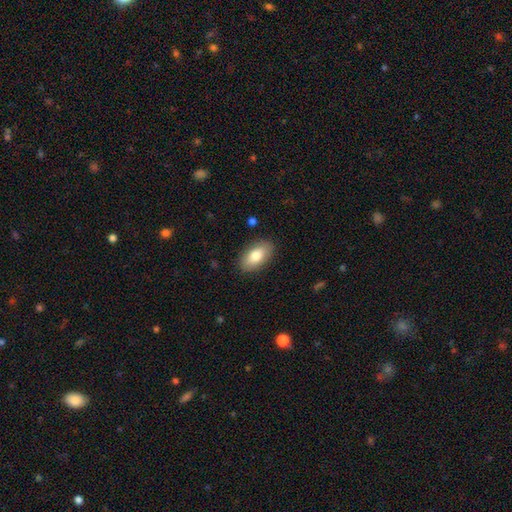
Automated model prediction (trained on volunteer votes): The model was most divided on "smooth or featured": smooth: 80%, featured or disk: 13%, star or artifact: 7%. More confident: how rounded — in between (93%); merging — none (87%).